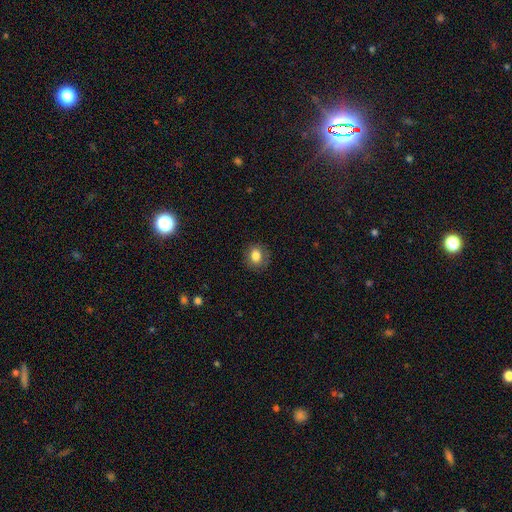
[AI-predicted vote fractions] This appears to be a smooth galaxy with no disk features (81%) that is round (63%). Merging: none (85%).